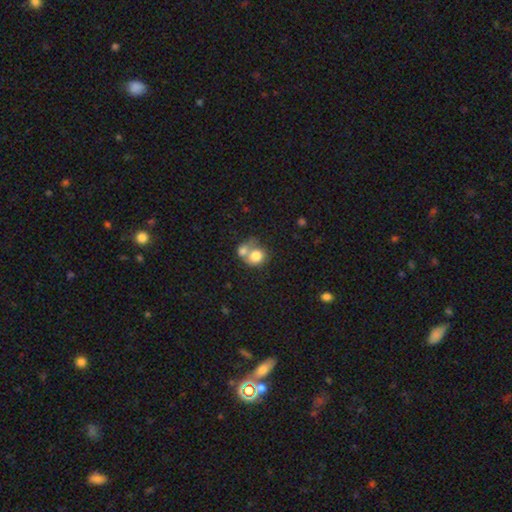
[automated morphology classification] This is likely a smooth galaxy (76%). How rounded: likely round (69%). Merging: likely merger (63%).